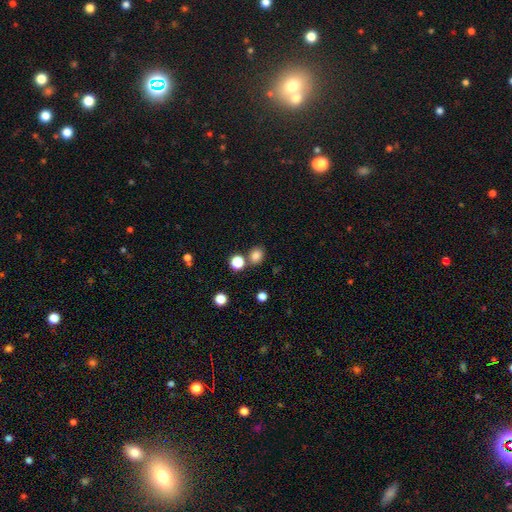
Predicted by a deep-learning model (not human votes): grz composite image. It shows a smooth galaxy with no disk features (81%) that is round (67%). Merging: none (76%).